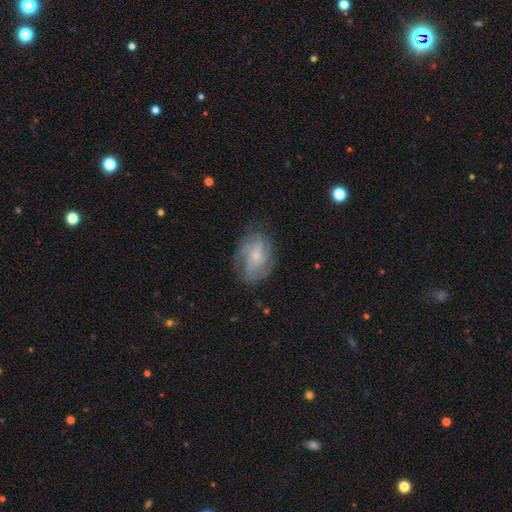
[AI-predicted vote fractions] smooth-or-featured: featured or disk: 69% | smooth: 23% | star or artifact: 8%
  disk-edge-on: no: 97% | yes: 3%
    bar: no: 66% | weak: 29% | strong: 5%
    has-spiral-arms: yes: 90% | no: 10%
      spiral-winding: tight: 46% | medium: 40% | loose: 14%
      spiral-arm-count: can't tell: 32% | 3: 24% | 2: 24% | 4: 10% | 1: 5% | more than 4: 5%
    bulge-size: small: 61% | moderate: 27% | none: 9% | large: 3% | dominant: 1%
  merging: none: 71% | minor disturbance: 19% | major disturbance: 9% | merger: 1%